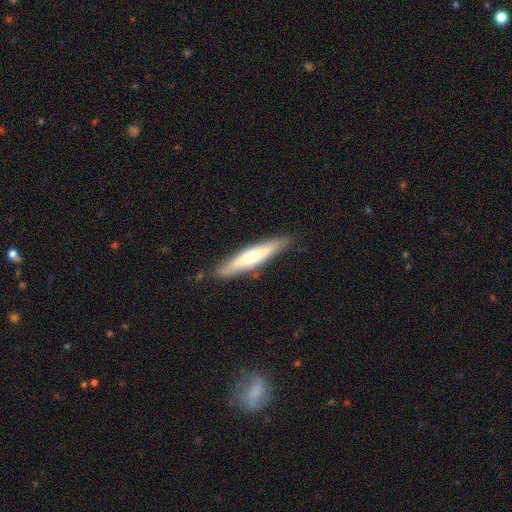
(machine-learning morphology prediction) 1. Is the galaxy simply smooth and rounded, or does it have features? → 50% featured or disk, 45% smooth, 6% star or artifact.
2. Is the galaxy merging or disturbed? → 85% none, 11% minor disturbance, 2% major disturbance, 2% merger.